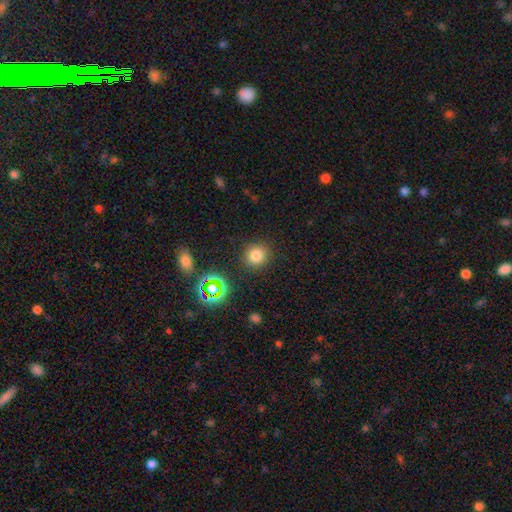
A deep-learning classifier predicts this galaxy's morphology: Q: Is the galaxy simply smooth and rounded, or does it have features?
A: smooth — 76%.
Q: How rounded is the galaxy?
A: round — 88%.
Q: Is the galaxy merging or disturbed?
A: none — 87%.